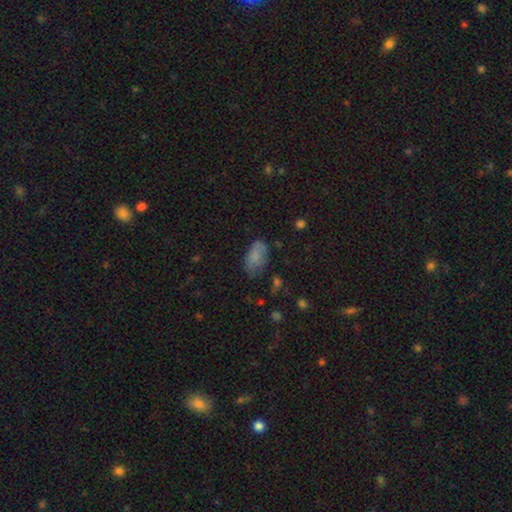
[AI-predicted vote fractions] Q: Smooth or featured?
A: smooth (77%); runner-up: featured or disk (14%)
Q: How rounded?
A: in between (92%); runner-up: round (6%)
Q: Merging?
A: none (62%); runner-up: minor disturbance (27%)